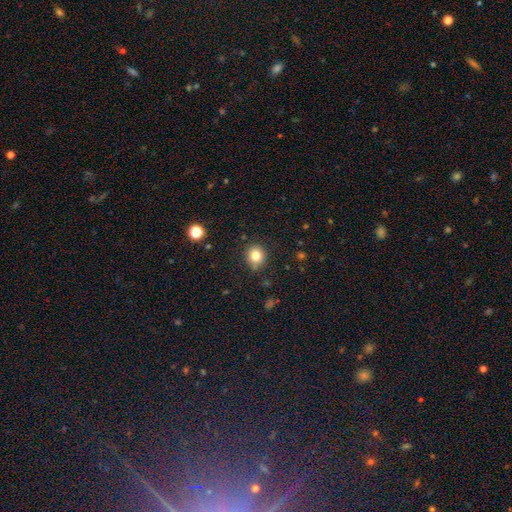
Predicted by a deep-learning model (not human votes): A smooth galaxy with no disk features (81%) that is round (77%). Merging: none (85%).